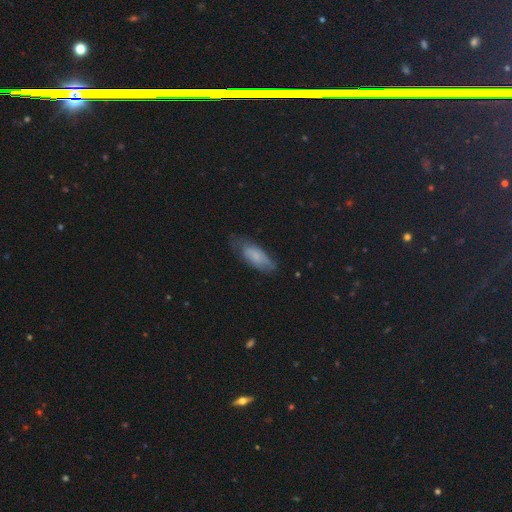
Smooth or featured?
  - smooth: 68% *
  - featured or disk: 21%
  - star or artifact: 11%
How rounded?
  - in between: 81% *
  - cigar-shaped: 19%
  - round: 0%
Merging?
  - none: 50% *
  - minor disturbance: 26%
  - major disturbance: 24%
  - merger: 0%